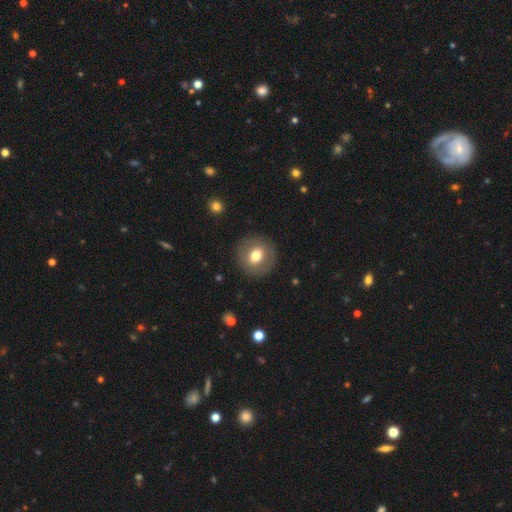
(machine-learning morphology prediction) Smooth or featured? Predicted: smooth (p=0.67). How rounded? Predicted: round (p=0.88). Merging? Predicted: none (p=0.89).